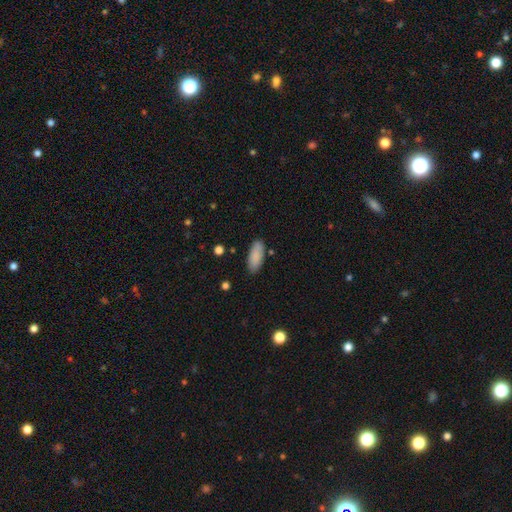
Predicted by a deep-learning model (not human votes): smooth 88%, star or artifact 6%, featured or disk 6%. Down the decision tree: how rounded — in between (80%); merging — none (84%).